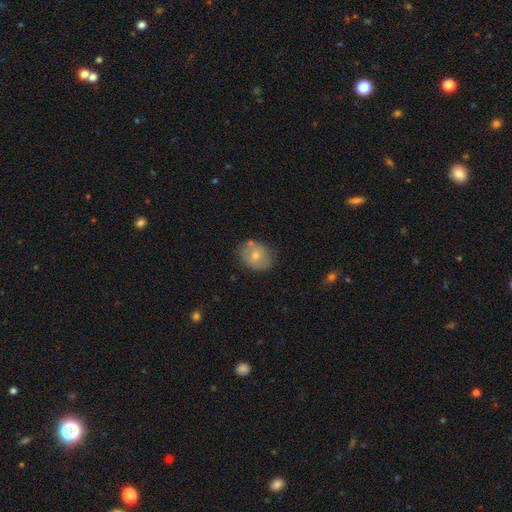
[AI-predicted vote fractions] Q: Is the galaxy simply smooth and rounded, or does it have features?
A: smooth — 69%.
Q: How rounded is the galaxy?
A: round — 57%.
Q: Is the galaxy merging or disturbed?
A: none — 71%.